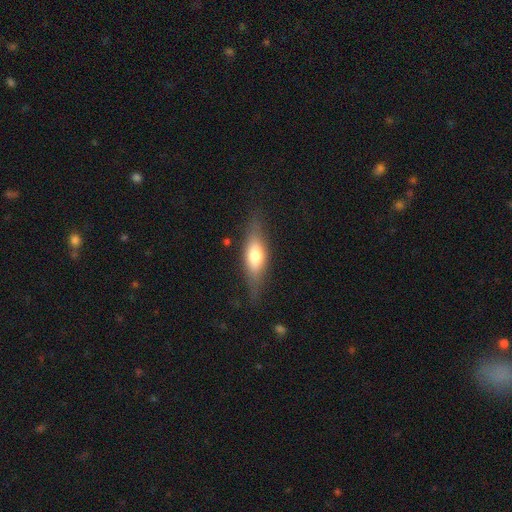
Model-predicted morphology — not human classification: The model was most divided on "how rounded": in between: 54%, cigar-shaped: 43%, round: 3%. More confident: merging — none (77%); smooth or featured — smooth (55%).